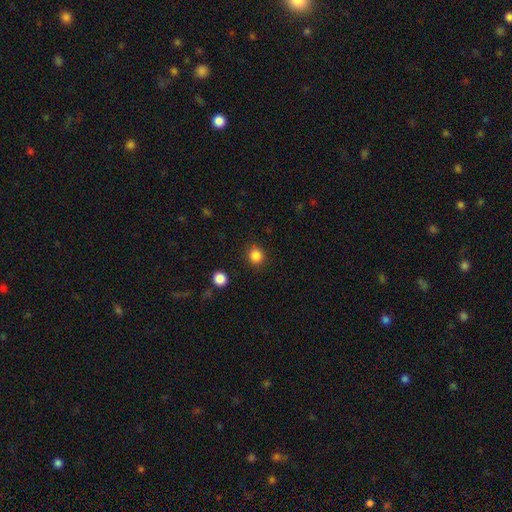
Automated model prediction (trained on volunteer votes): smooth 85%, star or artifact 12%, featured or disk 4%. Down the decision tree: how rounded — round (89%); merging — none (89%).